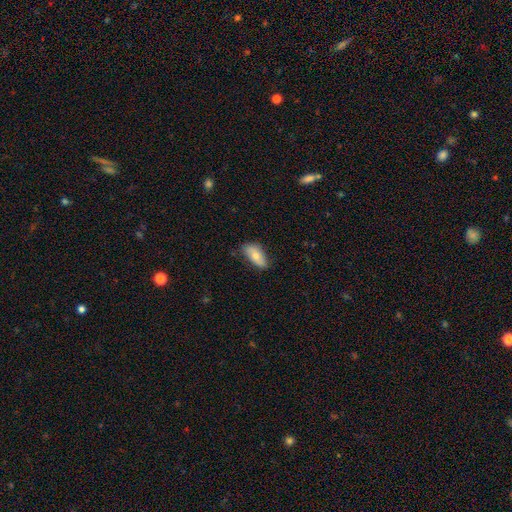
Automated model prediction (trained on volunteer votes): This appears to be a smooth galaxy with no disk features (71%) that is in between round and cigar-shaped (90%). Merging: none (71%).